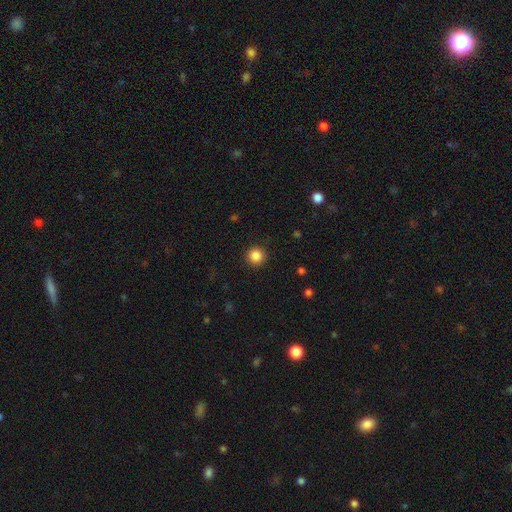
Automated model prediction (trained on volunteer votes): Smooth or featured? Predicted: smooth (p=0.86). How rounded? Predicted: round (p=0.94). Merging? Predicted: none (p=0.92).